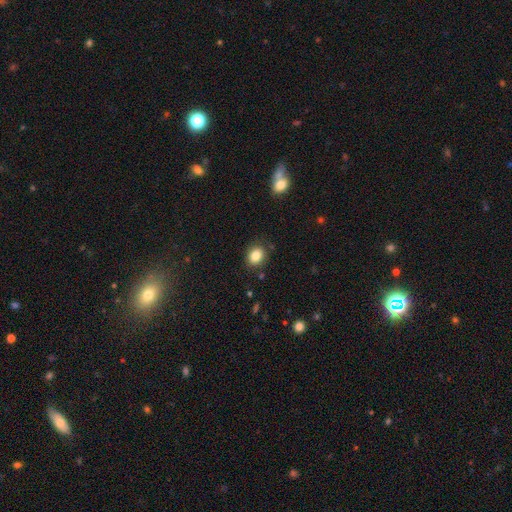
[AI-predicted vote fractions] Overall: smooth (83%). How rounded: round (59%; in between 40%). Merging: none (85%).